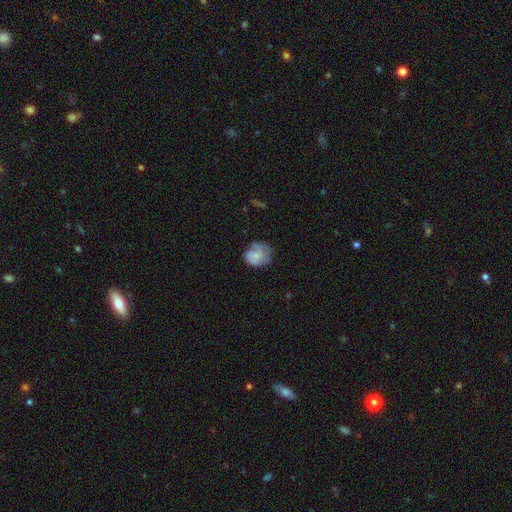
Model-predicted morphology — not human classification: This is possibly a smooth galaxy (59%). How rounded: likely round (71%). Merging: possibly none (50%).